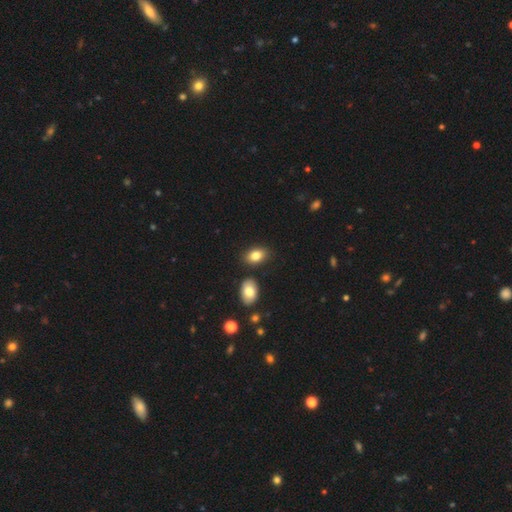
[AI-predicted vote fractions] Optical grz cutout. It shows a smooth galaxy with no disk features (82%) that is in between round and cigar-shaped (87%). Merging: none (80%).